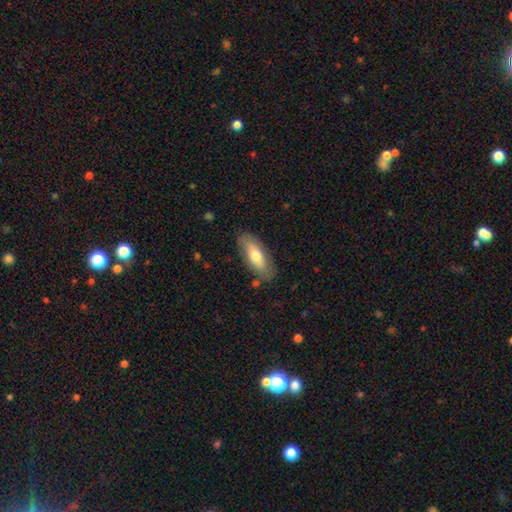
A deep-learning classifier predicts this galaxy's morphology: Smooth or featured? smooth (67%)
How rounded? in between (71%)
Merging? none (82%)